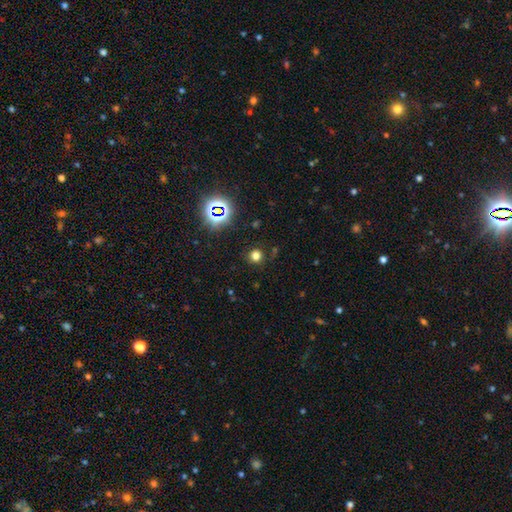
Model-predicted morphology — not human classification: smooth-or-featured: smooth: 70% | star or artifact: 24% | featured or disk: 6%
  how-rounded: round: 91% | in between: 8% | cigar-shaped: 1%
  merging: none: 87% | minor disturbance: 8% | major disturbance: 3% | merger: 2%